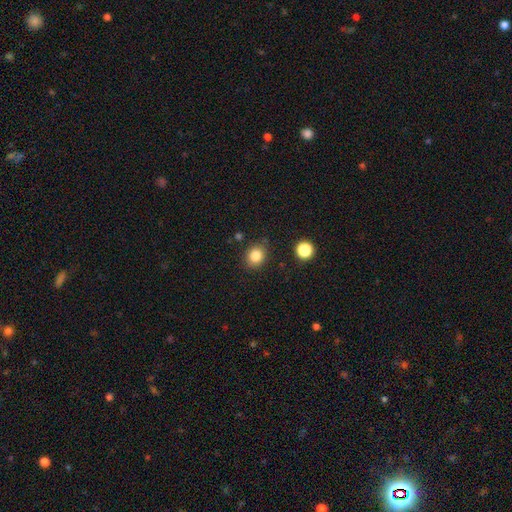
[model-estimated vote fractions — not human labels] Smooth or featured? smooth (83%)
How rounded? round (69%)
Merging? none (83%)